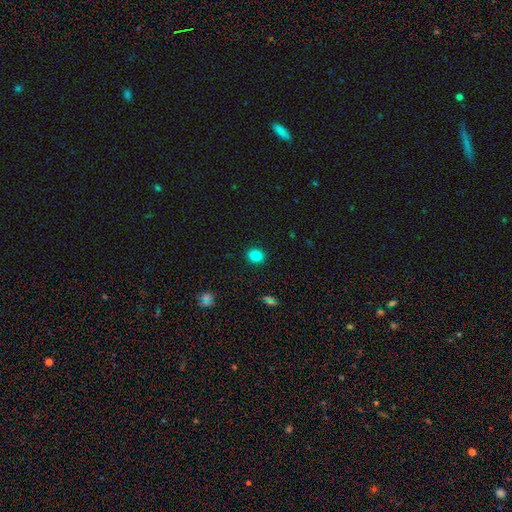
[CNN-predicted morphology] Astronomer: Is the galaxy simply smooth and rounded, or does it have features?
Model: smooth — 83%.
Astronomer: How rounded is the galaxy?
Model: round — 68%.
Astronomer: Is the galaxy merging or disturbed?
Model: none — 91%.